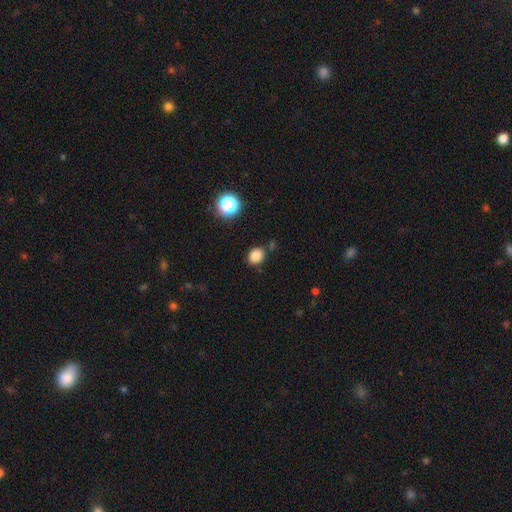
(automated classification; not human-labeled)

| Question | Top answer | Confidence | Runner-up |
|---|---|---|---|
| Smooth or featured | smooth | 83% | star or artifact (12%) |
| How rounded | round | 57% | in between (42%) |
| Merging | none | 82% | minor disturbance (11%) |